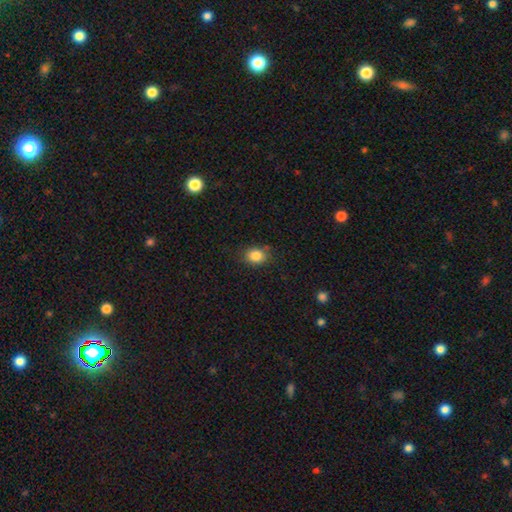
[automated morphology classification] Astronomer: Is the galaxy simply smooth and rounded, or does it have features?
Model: smooth — 84%.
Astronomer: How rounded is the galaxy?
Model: round — 57% (runner-up: in between, 42%).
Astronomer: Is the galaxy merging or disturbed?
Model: none — 81%.